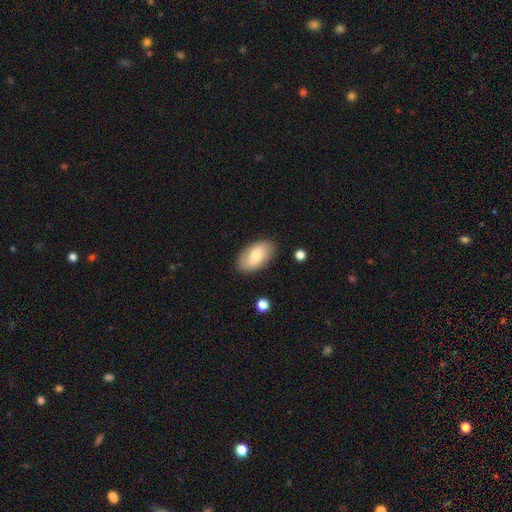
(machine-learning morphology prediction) This is likely a smooth galaxy (73%). How rounded: clearly in between (94%). Merging: clearly none (85%).